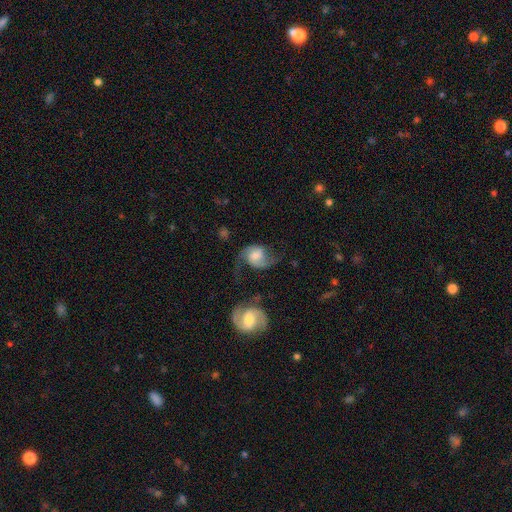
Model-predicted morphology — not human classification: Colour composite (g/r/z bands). It shows a featured or disk galaxy (75%) with no bar (45%), 2 (88%) medium (44%) spiral arms (94%) and a moderate central bulge (46%). Merging: none (49%).